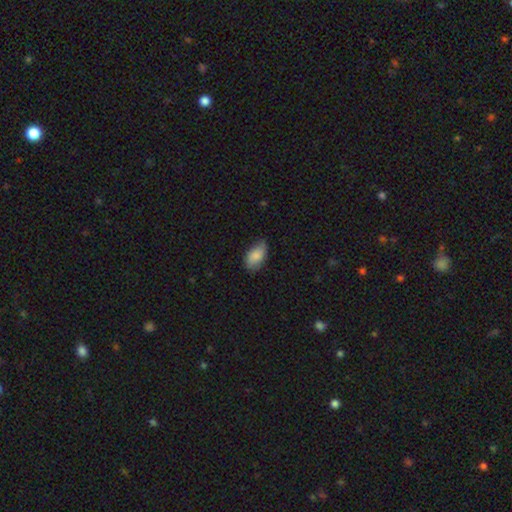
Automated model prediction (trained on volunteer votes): smooth 80%, featured or disk 13%, star or artifact 7%. Down the decision tree: how rounded — in between (93%); merging — none (67%).